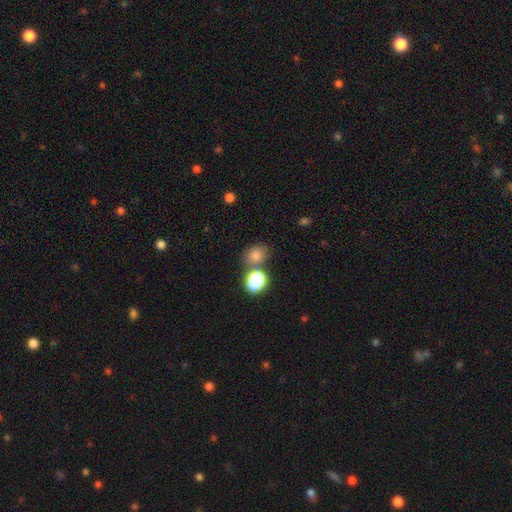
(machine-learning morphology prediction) A smooth galaxy with no disk features (77%) that is round (54%). Merging: none (63%).